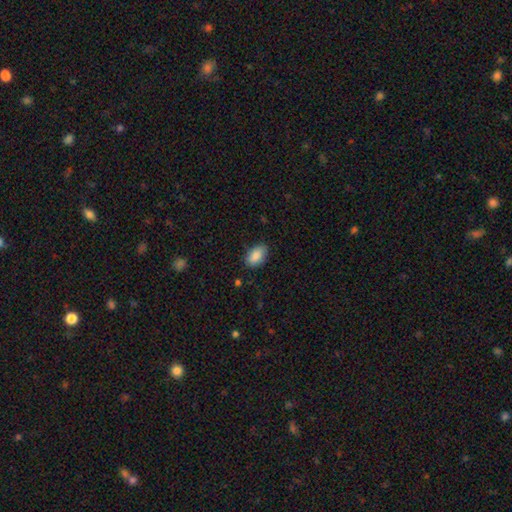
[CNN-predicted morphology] Q: Smooth or featured?
A: smooth (87%); runner-up: star or artifact (7%)
Q: How rounded?
A: in between (90%); runner-up: round (8%)
Q: Merging?
A: none (80%); runner-up: minor disturbance (16%)